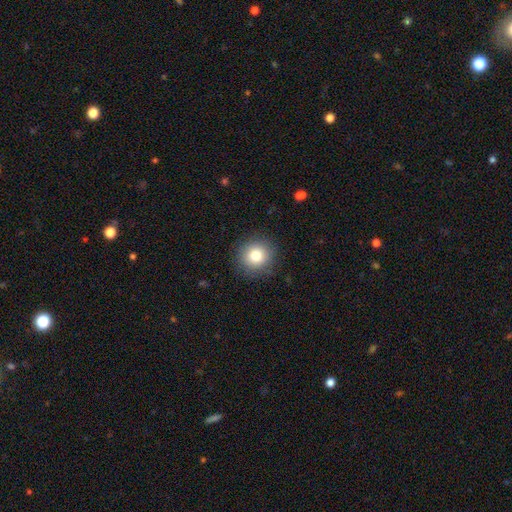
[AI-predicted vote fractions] Overall: smooth (81%). How rounded: round (91%). Merging: none (89%).